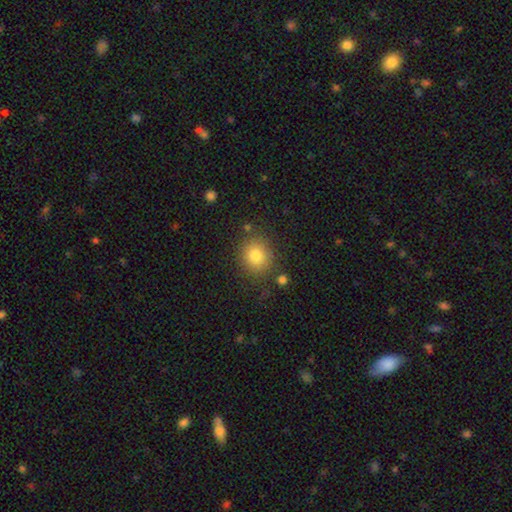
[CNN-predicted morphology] A smooth galaxy with no disk features (81%) that is round (83%).

Vote fractions:
- Smooth or featured? smooth: 81% / star or artifact: 11% / featured or disk: 8%
- How rounded? round: 83% / in between: 16% / cigar-shaped: 1%
- Merging? none: 82% / minor disturbance: 11% / major disturbance: 4% / merger: 4%